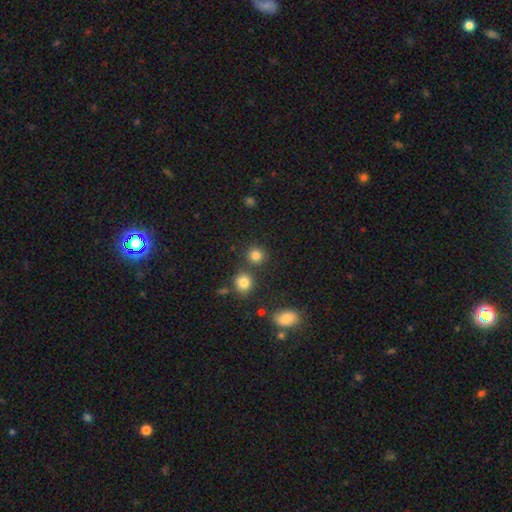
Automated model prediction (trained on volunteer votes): smooth 82%, star or artifact 13%, featured or disk 5%. Down the decision tree: how rounded — round (89%); merging — none (79%).